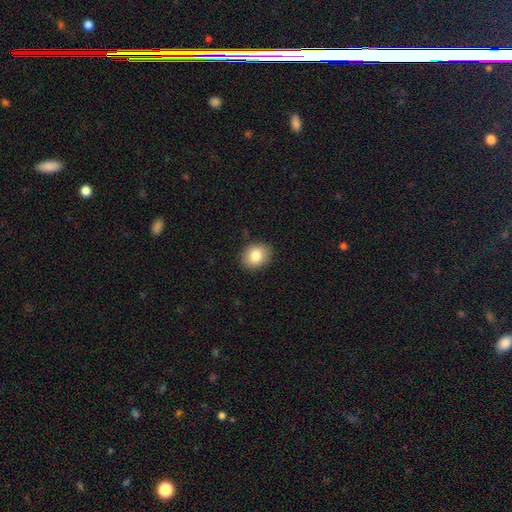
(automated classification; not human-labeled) smooth-or-featured: smooth: 83% | featured or disk: 9% | star or artifact: 8%
  how-rounded: in between: 53% | round: 46% | cigar-shaped: 1%
  merging: none: 87% | minor disturbance: 10% | major disturbance: 2% | merger: 1%